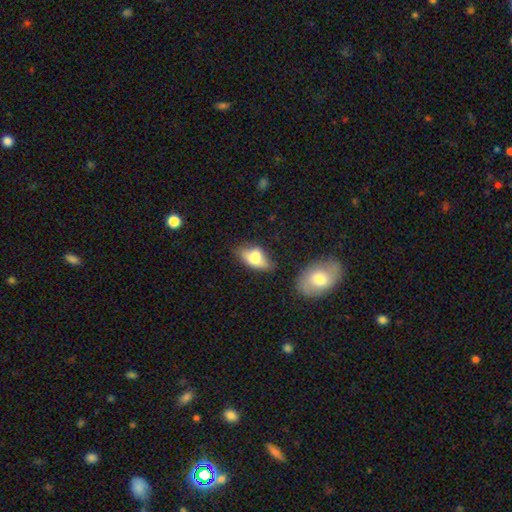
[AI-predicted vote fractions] smooth_or_featured: smooth (p=0.62) [alt: featured or disk p=0.29]
how_rounded: in between (p=0.86) [alt: cigar-shaped p=0.08]
merging: none (p=0.46) [alt: minor disturbance p=0.27]